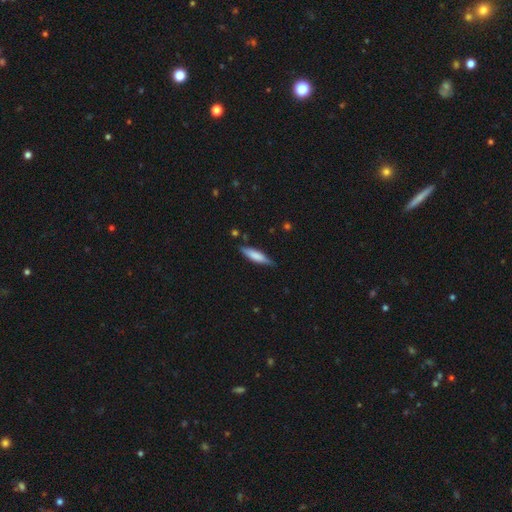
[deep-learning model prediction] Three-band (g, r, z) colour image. It shows a smooth galaxy with no disk features (70%) that is cigar-shaped (76%). Merging: none (80%).